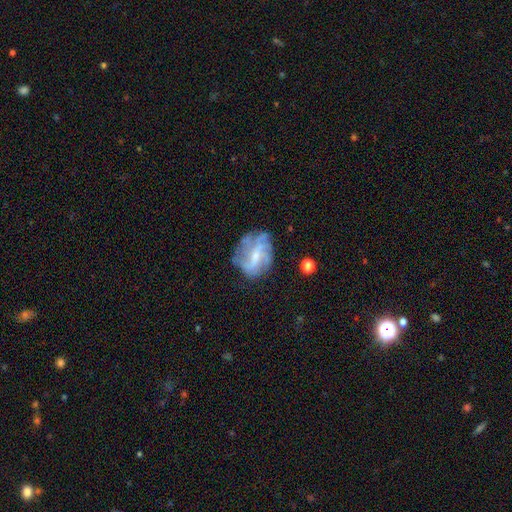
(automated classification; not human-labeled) The model was most divided on "spiral winding": medium: 37%, loose: 35%, tight: 27%. Remaining: edge-on disk — no (97%); spiral arms — yes (78%); smooth or featured — featured or disk (70%); merging — none (59%); bar — weak (50%); bulge size — small (48%); spiral arm count — can't tell (41%).